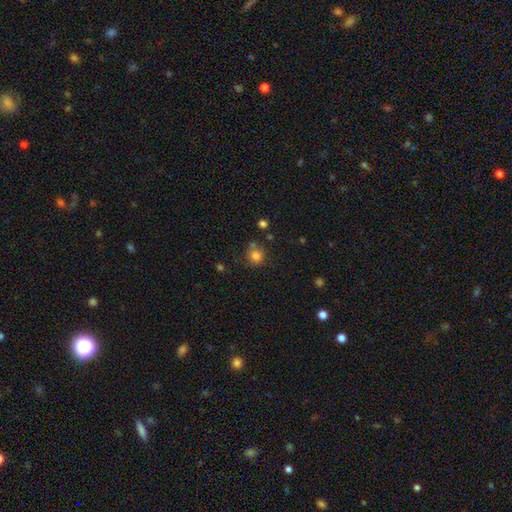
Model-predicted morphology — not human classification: Smooth or featured: smooth — 80% (star or artifact — 13%)
How rounded: round — 89% (in between — 10%)
Merging: none — 70% (minor disturbance — 13%)